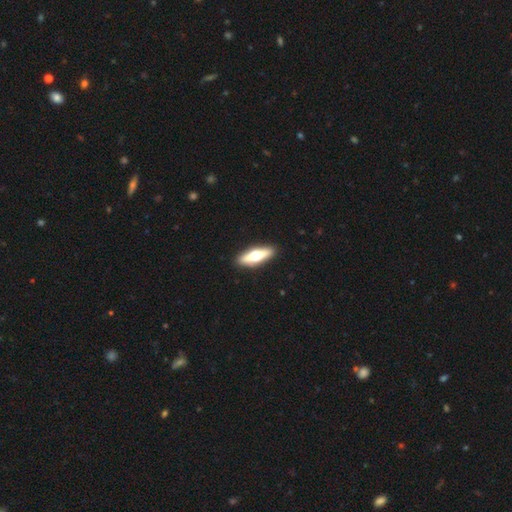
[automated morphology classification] smooth-or-featured: featured or disk: 51% | smooth: 44% | star or artifact: 5%
  disk-edge-on: yes: 89% | no: 11%
  merging: none: 91% | minor disturbance: 6% | major disturbance: 2% | merger: 1%